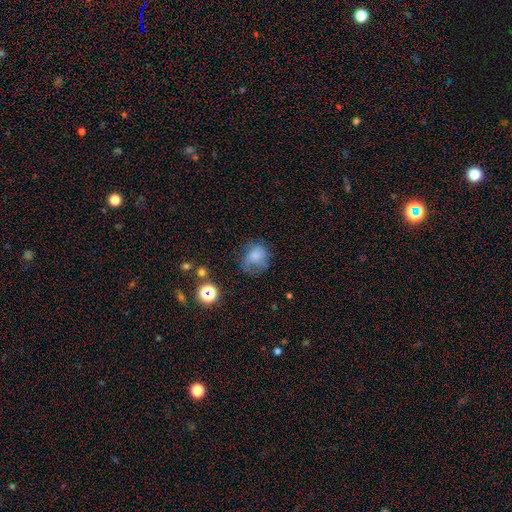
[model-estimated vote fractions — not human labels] This appears to be a smooth galaxy with no disk features (66%) that is round (59%). Merging: none (44%).